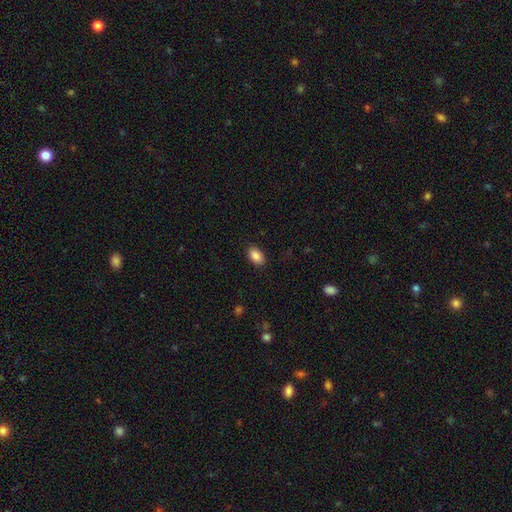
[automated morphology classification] Smooth or featured? smooth (89%)
How rounded? in between (91%)
Merging? none (88%)